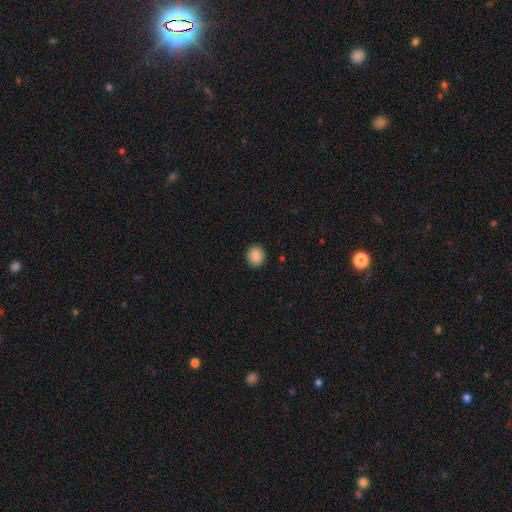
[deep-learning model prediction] A smooth galaxy with no disk features (88%) that is round (80%). Merging: none (91%).